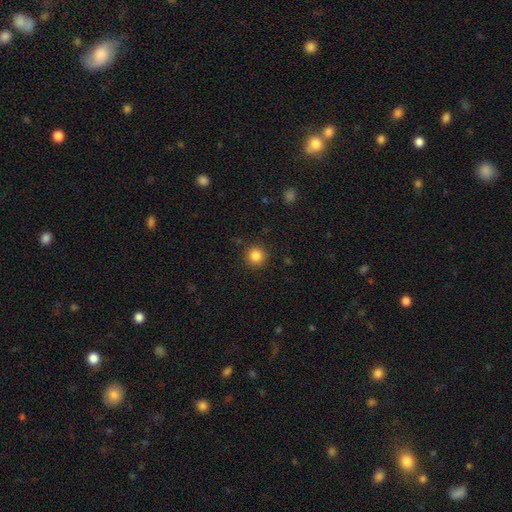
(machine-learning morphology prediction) Overall: smooth (85%). How rounded: round (94%). Merging: none (90%).